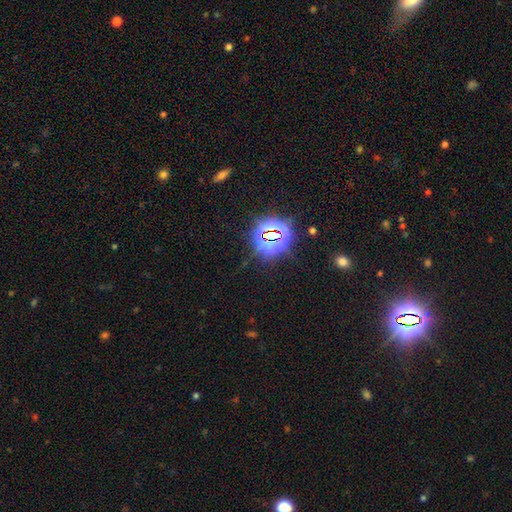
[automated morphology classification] A star or artifact, not a galaxy (81%).